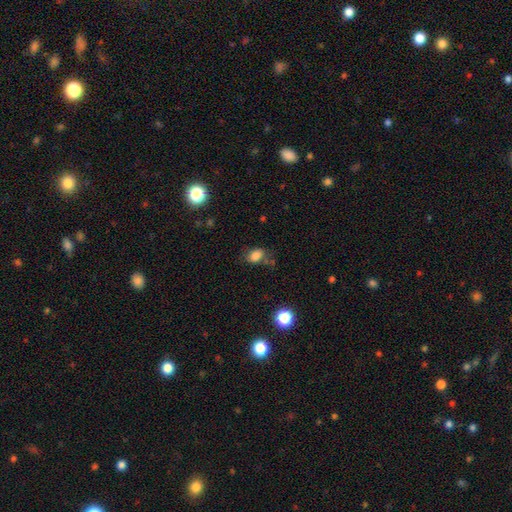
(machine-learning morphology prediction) This appears to be a smooth galaxy with no disk features (80%) that is in between round and cigar-shaped (77%). Merging: none (59%).